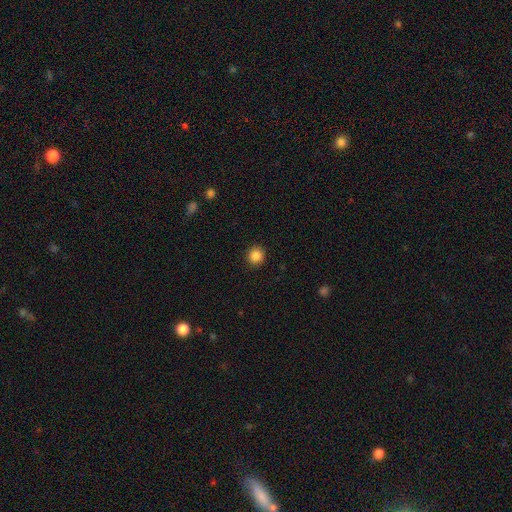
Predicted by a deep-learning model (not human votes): smooth_or_featured: smooth (p=0.86) [alt: star or artifact p=0.10]
how_rounded: round (p=0.93) [alt: in between p=0.06]
merging: none (p=0.92) [alt: minor disturbance p=0.05]